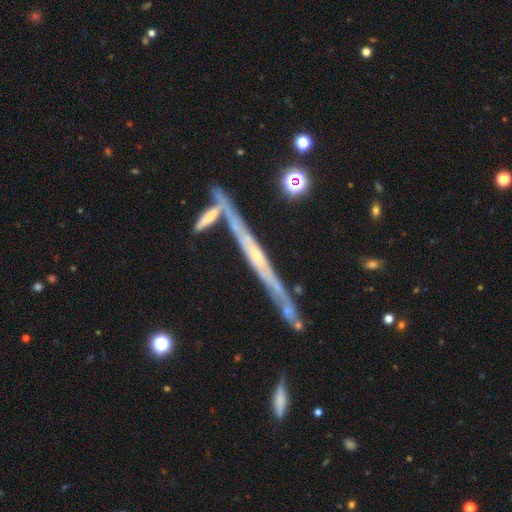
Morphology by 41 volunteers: A featured or disk galaxy (80%) viewed edge-on (100%) with a rounded central bulge (52%).

Vote fractions:
- Smooth or featured? featured or disk: 80% / star or artifact: 12% / smooth: 7%
- Edge-on disk? yes: 100% / no: 0%
- Edge-on bulge? rounded: 52% / none: 42% / boxy: 6%
- Merging? none: 86% / minor disturbance: 6% / merger: 6% / major disturbance: 3%